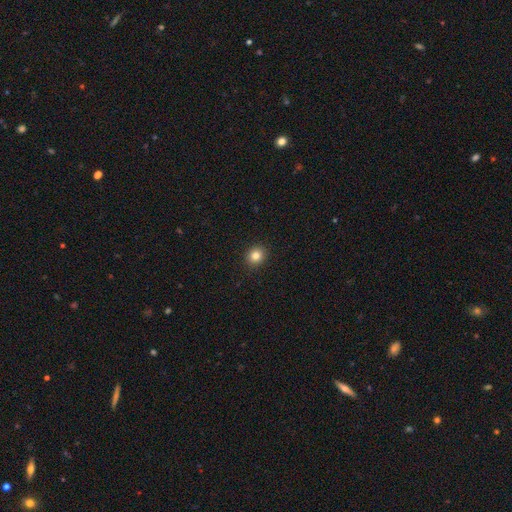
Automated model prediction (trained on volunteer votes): This is clearly a smooth galaxy (82%). How rounded: likely round (76%). Merging: clearly none (92%).